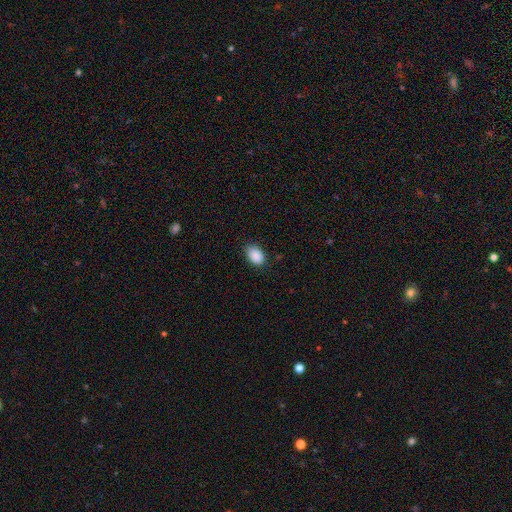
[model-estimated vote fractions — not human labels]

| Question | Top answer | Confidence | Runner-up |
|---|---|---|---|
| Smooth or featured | smooth | 90% | star or artifact (7%) |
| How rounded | in between | 86% | round (13%) |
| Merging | none | 82% | minor disturbance (14%) |